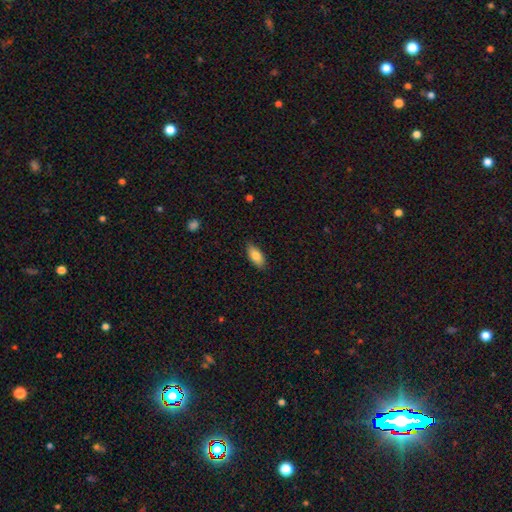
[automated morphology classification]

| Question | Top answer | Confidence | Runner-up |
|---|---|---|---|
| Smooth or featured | smooth | 83% | featured or disk (10%) |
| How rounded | in between | 88% | cigar-shaped (9%) |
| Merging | none | 85% | minor disturbance (12%) |